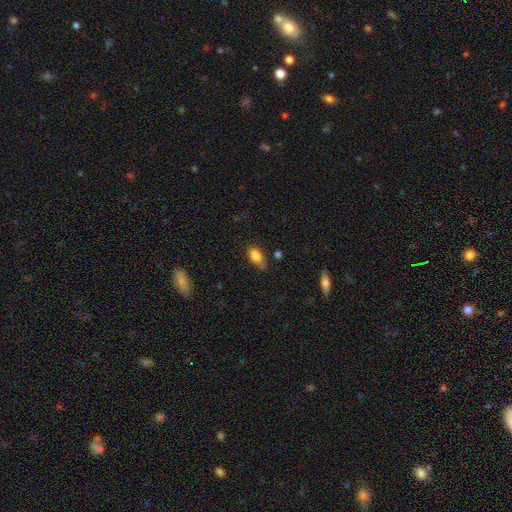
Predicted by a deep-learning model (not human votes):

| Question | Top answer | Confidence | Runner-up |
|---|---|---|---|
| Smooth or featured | smooth | 83% | featured or disk (9%) |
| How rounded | in between | 88% | round (6%) |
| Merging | none | 57% | minor disturbance (30%) |